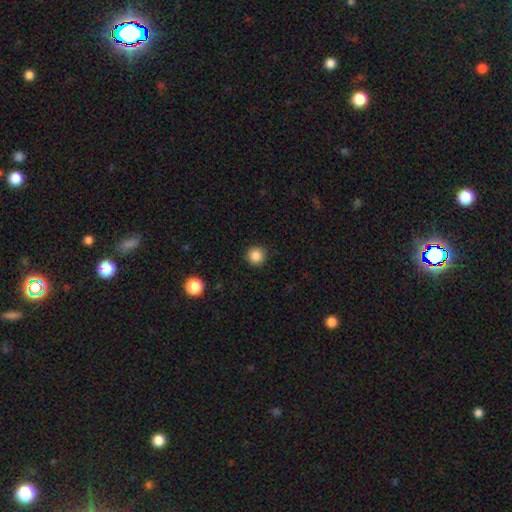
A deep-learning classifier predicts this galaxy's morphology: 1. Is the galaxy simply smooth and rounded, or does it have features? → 86% smooth, 11% star or artifact, 3% featured or disk.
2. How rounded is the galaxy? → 95% round, 4% in between, 1% cigar-shaped.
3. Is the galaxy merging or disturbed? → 92% none, 5% minor disturbance, 2% major disturbance, 1% merger.